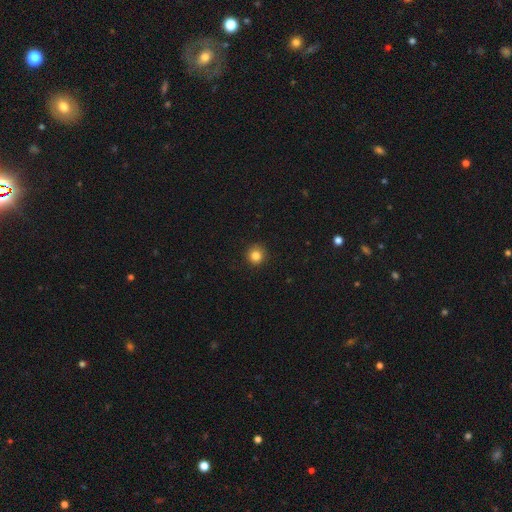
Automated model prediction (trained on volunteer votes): Smooth or featured: smooth — 84% (star or artifact — 12%)
How rounded: round — 94% (in between — 5%)
Merging: none — 91% (minor disturbance — 6%)